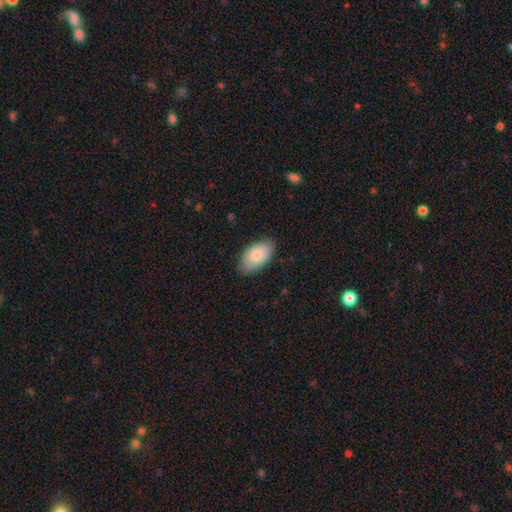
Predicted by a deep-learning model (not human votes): Smooth or featured? Predicted: smooth (p=0.83). How rounded? Predicted: in between (p=0.95). Merging? Predicted: none (p=0.82).